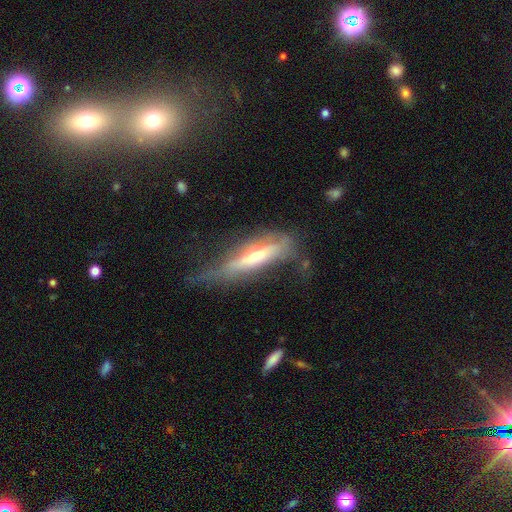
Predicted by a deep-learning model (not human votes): This appears to be a featured or disk galaxy (62%) viewed edge-on (70%). Merging: none (37%).